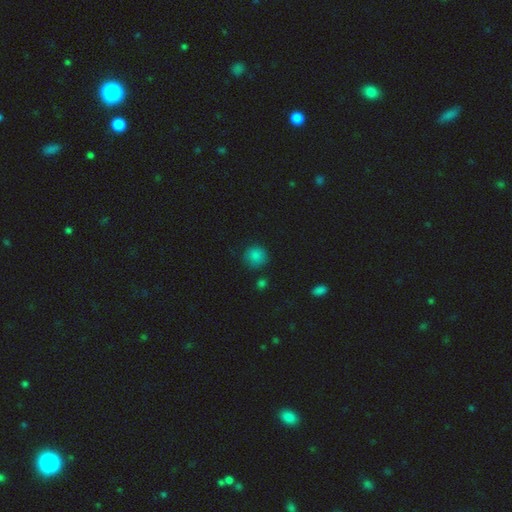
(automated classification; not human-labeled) Morphology: type=smooth (83%); roundness=round (91%); merging=none (82%).